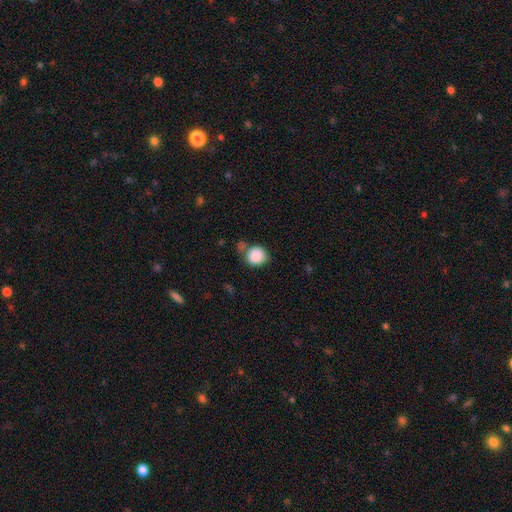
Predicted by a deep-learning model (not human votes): This appears to be a smooth galaxy with no disk features (87%) that is round (81%). Merging: none (56%).